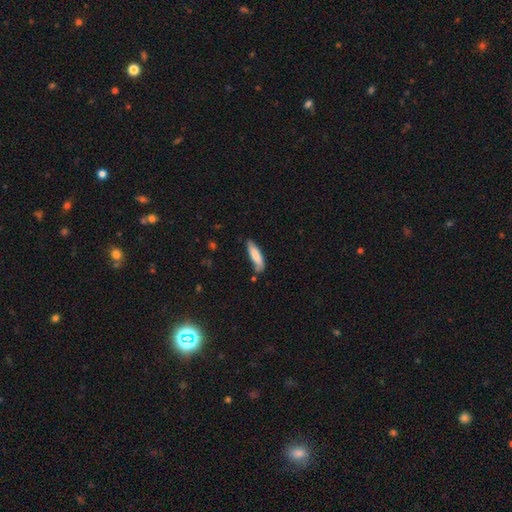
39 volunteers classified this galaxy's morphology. A smooth galaxy with no disk features (77%) that is cigar-shaped (67%).

Vote fractions:
- Smooth or featured? smooth: 77% / featured or disk: 13% / star or artifact: 10%
- How rounded? cigar-shaped: 67% / in between: 33% / round: 0%
- Merging? none: 71% / minor disturbance: 20% / merger: 6% / major disturbance: 3%